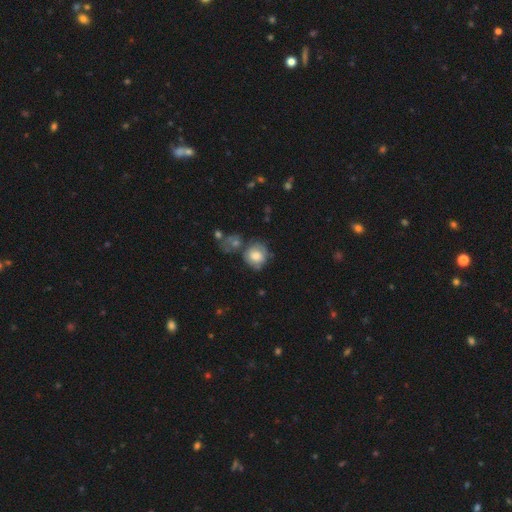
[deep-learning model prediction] Q: Smooth or featured?
A: smooth (66%); runner-up: featured or disk (26%)
Q: How rounded?
A: round (80%); runner-up: in between (19%)
Q: Merging?
A: none (51%); runner-up: minor disturbance (22%)